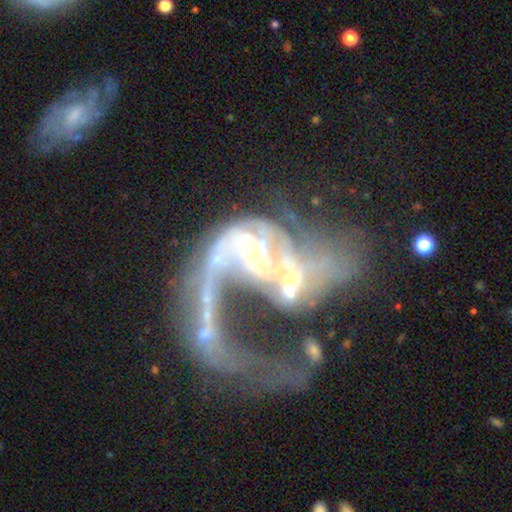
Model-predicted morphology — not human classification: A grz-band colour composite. It shows a featured or disk galaxy (82%) with no bar (54%), 1 (38%) loose (65%) spiral arms (78%) and a small central bulge (42%). Merging: merger (50%).